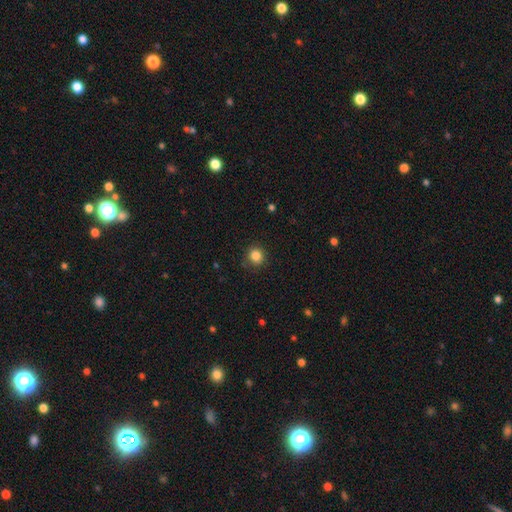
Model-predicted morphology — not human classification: A smooth galaxy with no disk features (85%) that is round (91%). Merging: none (87%).